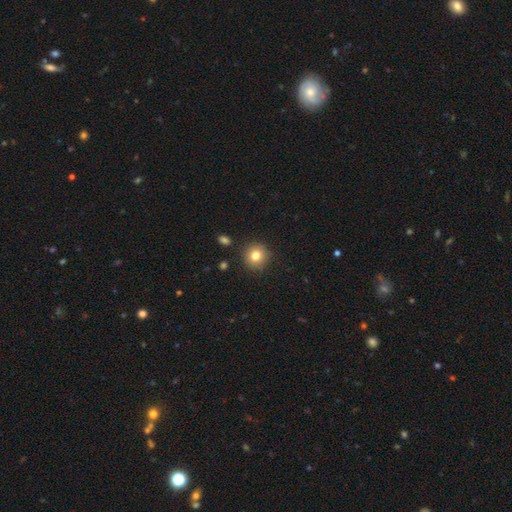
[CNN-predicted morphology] smooth-or-featured: smooth: 80% | star or artifact: 11% | featured or disk: 9%
  how-rounded: round: 93% | in between: 6% | cigar-shaped: 1%
  merging: none: 89% | minor disturbance: 7% | merger: 2% | major disturbance: 2%